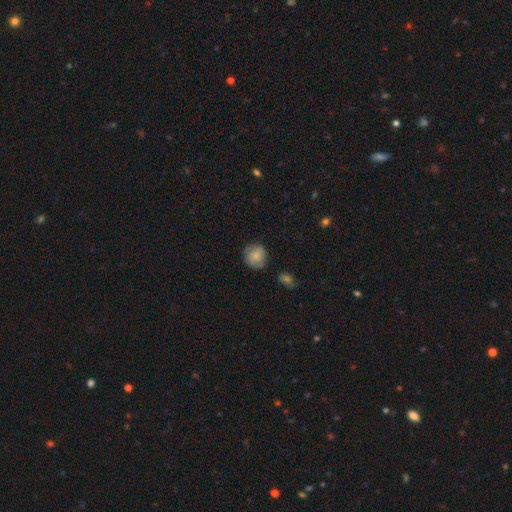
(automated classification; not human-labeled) This is likely a smooth galaxy (77%). How rounded: clearly round (86%). Merging: likely none (73%).